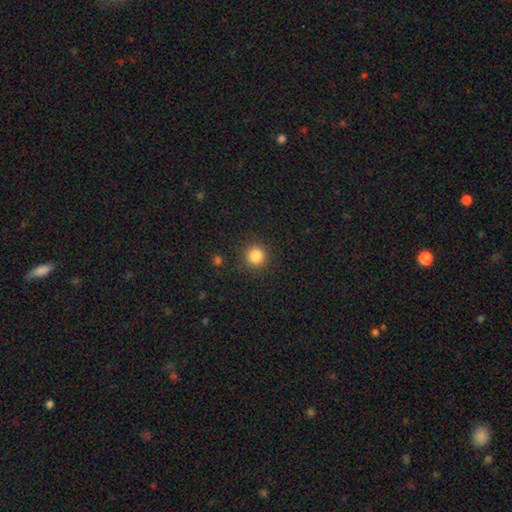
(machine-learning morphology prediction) smooth_or_featured: smooth (p=0.85) [alt: star or artifact p=0.11]
how_rounded: round (p=0.94) [alt: in between p=0.05]
merging: none (p=0.90) [alt: minor disturbance p=0.06]